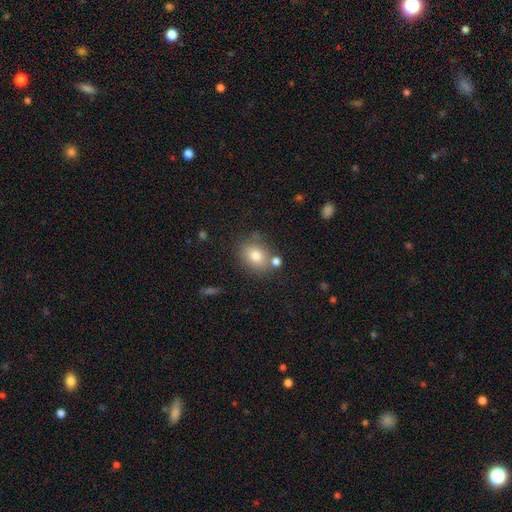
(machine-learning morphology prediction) A smooth galaxy with no disk features (78%) that is round (50%).

Vote fractions:
- Smooth or featured? smooth: 78% / featured or disk: 12% / star or artifact: 11%
- How rounded? round: 50% / in between: 49% / cigar-shaped: 1%
- Merging? none: 72% / minor disturbance: 13% / merger: 11% / major disturbance: 4%